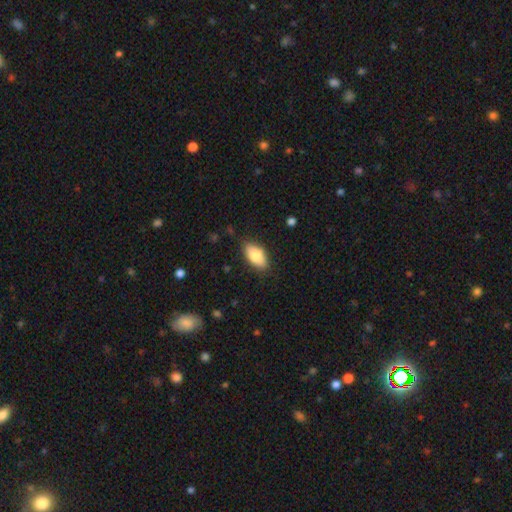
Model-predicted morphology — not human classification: Smooth or featured: smooth — 80% (featured or disk — 13%)
How rounded: in between — 91% (cigar-shaped — 5%)
Merging: none — 82% (minor disturbance — 14%)